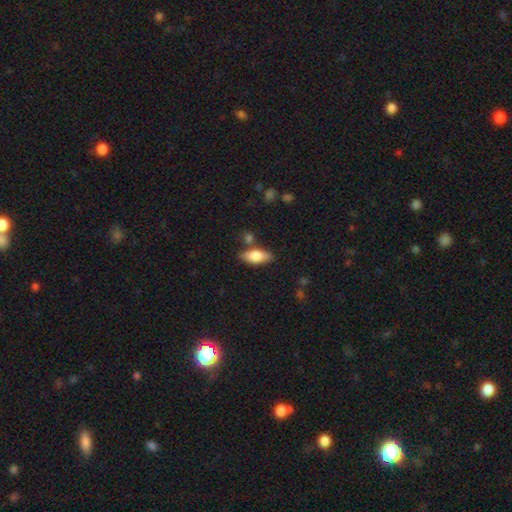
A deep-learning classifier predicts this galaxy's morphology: Smooth or featured?
  - smooth: 73% *
  - featured or disk: 20%
  - star or artifact: 7%
How rounded?
  - in between: 77% *
  - cigar-shaped: 20%
  - round: 3%
Merging?
  - none: 77% *
  - minor disturbance: 13%
  - merger: 7%
  - major disturbance: 3%